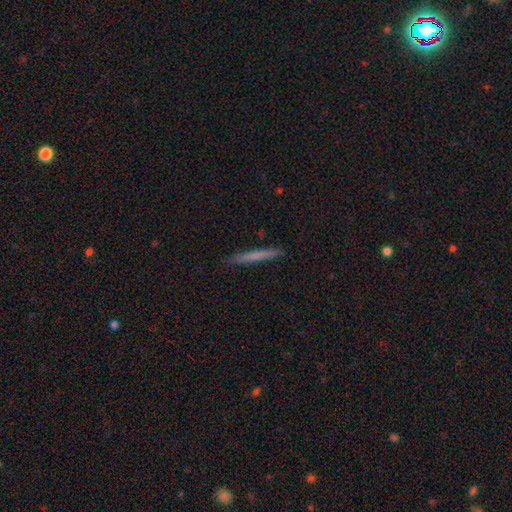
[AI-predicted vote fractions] A smooth galaxy with no disk features (65%) that is cigar-shaped (97%). Merging: none (89%).